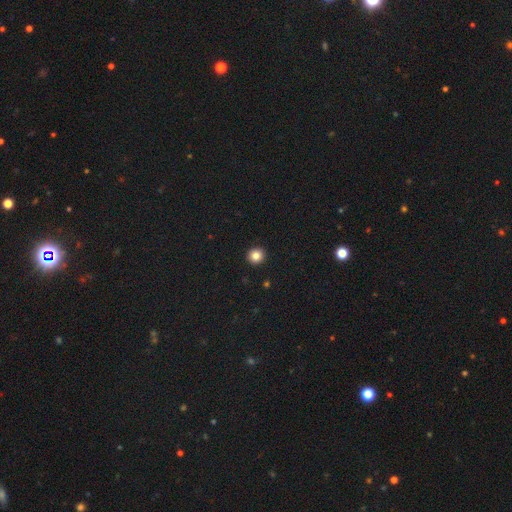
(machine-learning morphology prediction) Smooth or featured: smooth — 84% (star or artifact — 11%)
How rounded: round — 93% (in between — 6%)
Merging: none — 94% (minor disturbance — 4%)